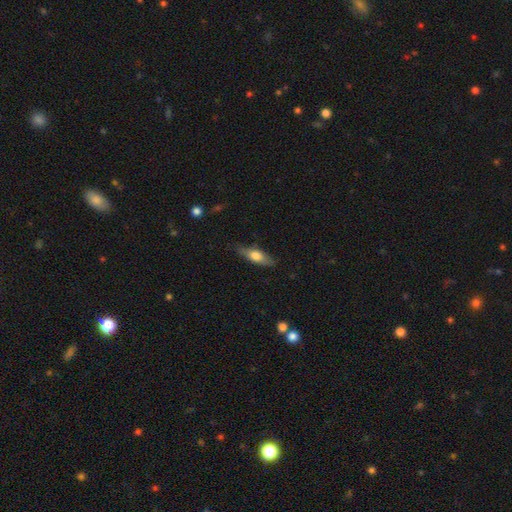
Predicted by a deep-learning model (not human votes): Smooth or featured? smooth (61%)
How rounded? in between (52%)
Merging? none (82%)